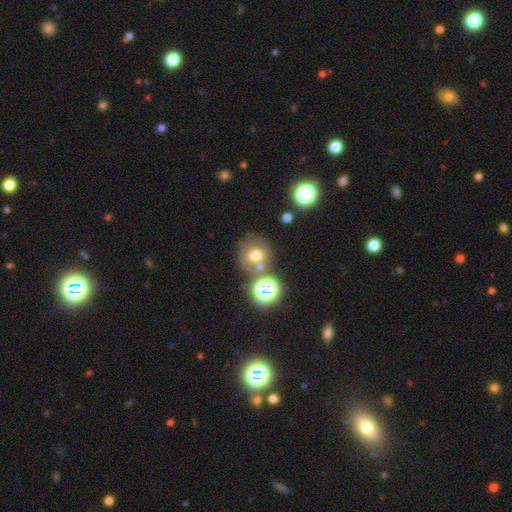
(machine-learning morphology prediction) type=smooth (65%); roundness=round (88%); merging=none (62%).